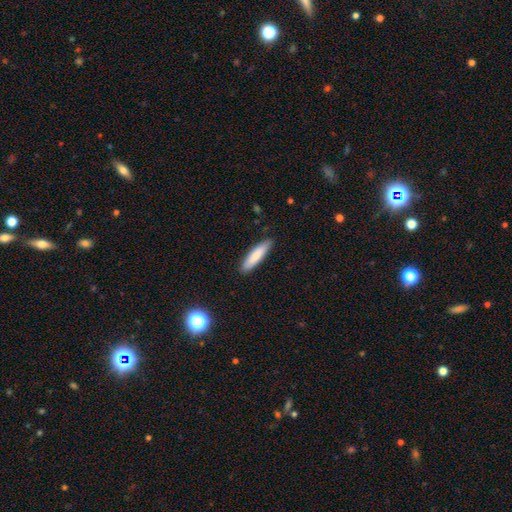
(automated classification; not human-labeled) This appears to be a smooth galaxy with no disk features (81%) that is cigar-shaped (78%). Merging: none (88%).